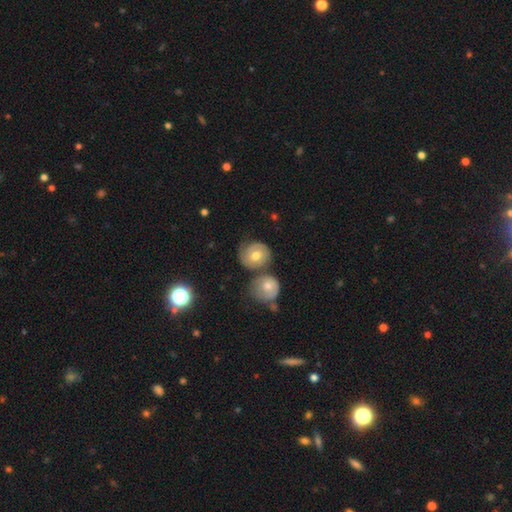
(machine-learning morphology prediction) Smooth or featured? Predicted: featured or disk (p=0.58). Edge-on disk? Predicted: no (p=0.97). Bar? Predicted: no (p=0.68). Spiral arms? Predicted: yes (p=0.83). Bulge size? Predicted: moderate (p=0.77). Merging? Predicted: none (p=0.55).